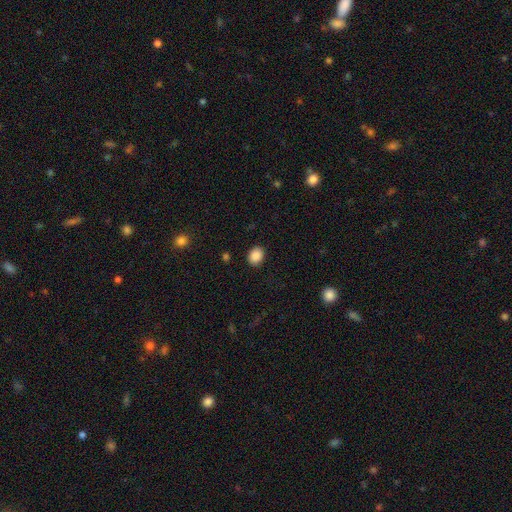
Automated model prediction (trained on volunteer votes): Smooth or featured? Predicted: smooth (p=0.88). How rounded? Predicted: round (p=0.50). Merging? Predicted: none (p=0.89).